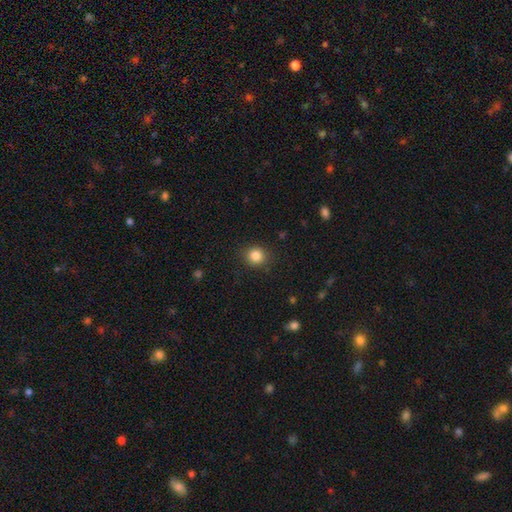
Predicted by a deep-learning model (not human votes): Q: Smooth or featured?
A: smooth (85%); runner-up: star or artifact (11%)
Q: How rounded?
A: round (84%); runner-up: in between (15%)
Q: Merging?
A: none (88%); runner-up: minor disturbance (8%)